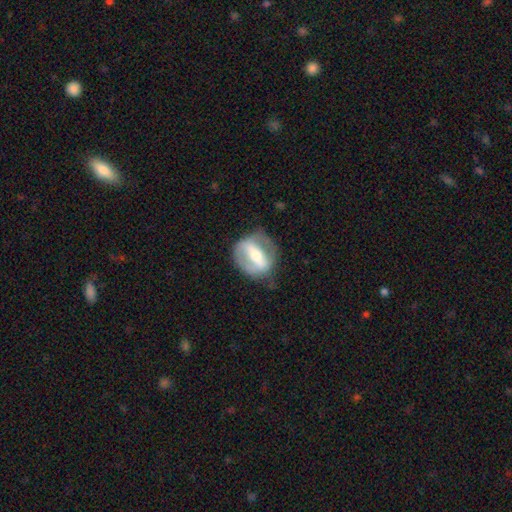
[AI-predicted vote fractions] smooth_or_featured: featured or disk (p=0.68) [alt: smooth p=0.26]
disk_edge_on: no (p=0.87) [alt: yes p=0.13]
bar: strong (p=0.69) [alt: weak p=0.19]
has_spiral_arms: no (p=0.64) [alt: yes p=0.36]
bulge_size: moderate (p=0.61) [alt: small p=0.27]
merging: none (p=0.65) [alt: minor disturbance p=0.21]